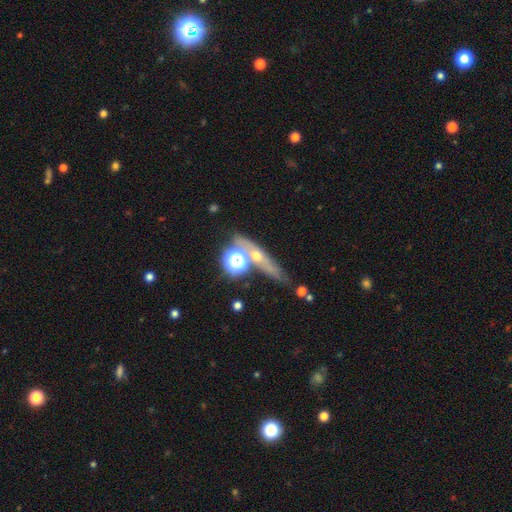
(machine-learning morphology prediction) smooth_or_featured: featured or disk (p=0.38) [alt: smooth p=0.34]
merging: none (p=0.67) [alt: minor disturbance p=0.13]